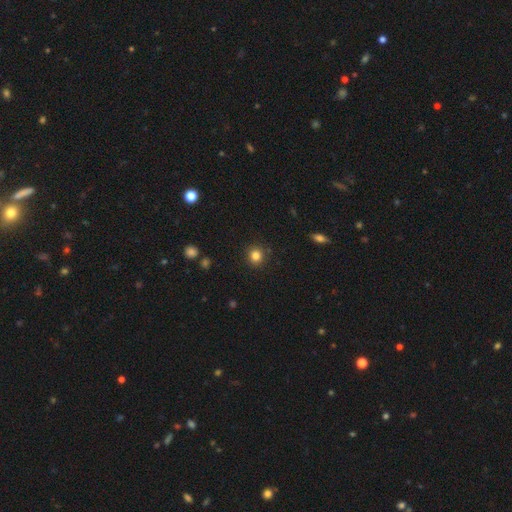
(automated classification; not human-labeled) Q: Smooth or featured?
A: smooth (84%); runner-up: star or artifact (11%)
Q: How rounded?
A: round (91%); runner-up: in between (8%)
Q: Merging?
A: none (90%); runner-up: minor disturbance (6%)